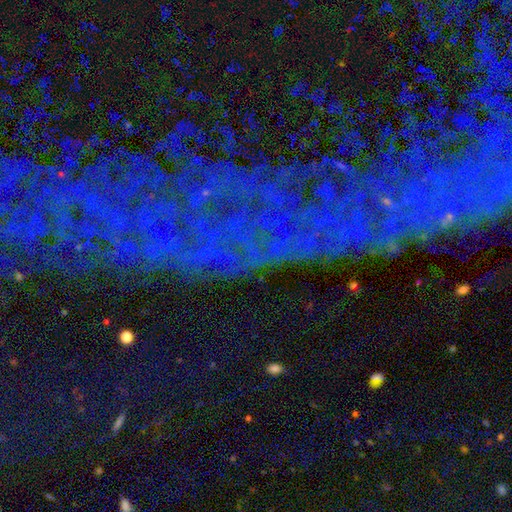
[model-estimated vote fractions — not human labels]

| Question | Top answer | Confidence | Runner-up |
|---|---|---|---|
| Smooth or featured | star or artifact | 80% | featured or disk (11%) |